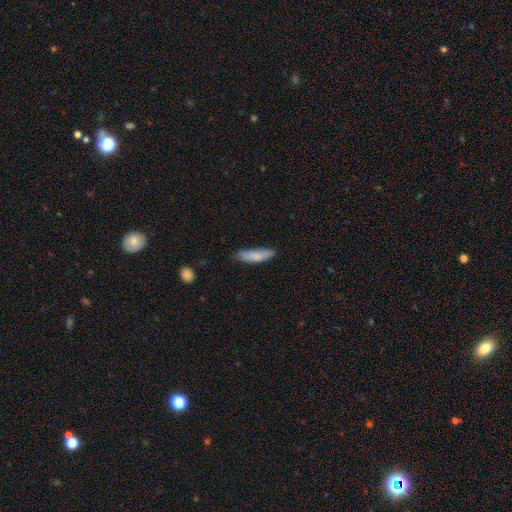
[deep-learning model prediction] This is clearly a smooth galaxy (80%). How rounded: likely cigar-shaped (64%). Merging: likely none (67%).